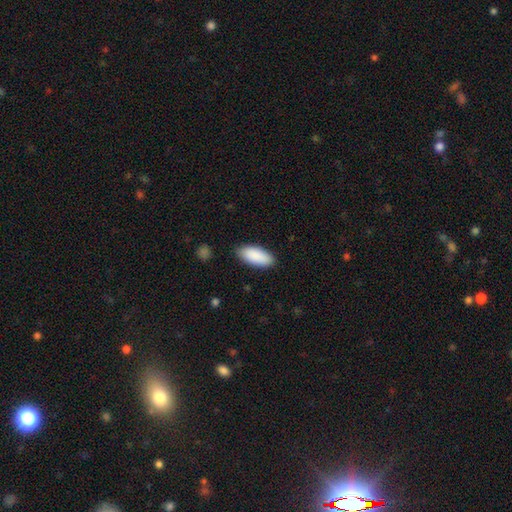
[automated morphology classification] smooth-or-featured: smooth: 90% | star or artifact: 6% | featured or disk: 4%
  how-rounded: in between: 88% | cigar-shaped: 11% | round: 2%
  merging: none: 86% | minor disturbance: 11% | major disturbance: 2% | merger: 1%